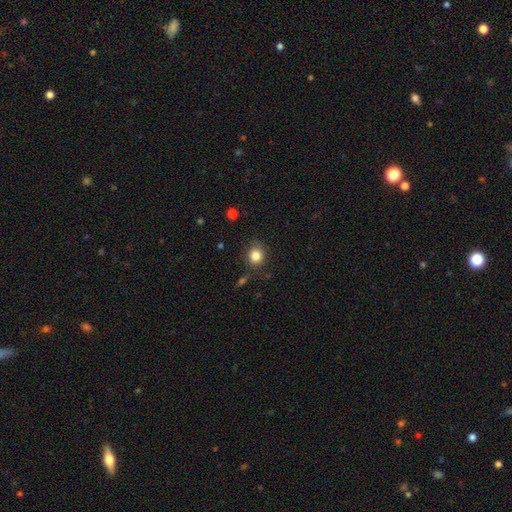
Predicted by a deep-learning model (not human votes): This appears to be a smooth galaxy with no disk features (83%) that is round (77%). Merging: none (79%).